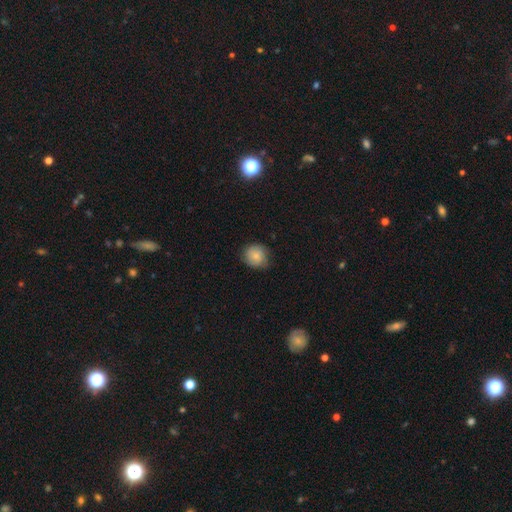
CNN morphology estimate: Smooth or featured? smooth (70%)
How rounded? round (83%)
Merging? none (70%)